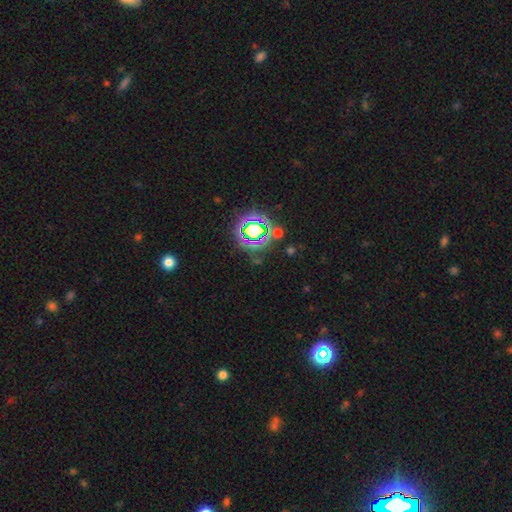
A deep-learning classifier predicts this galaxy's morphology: This appears to be a star or artifact, not a galaxy (76%).